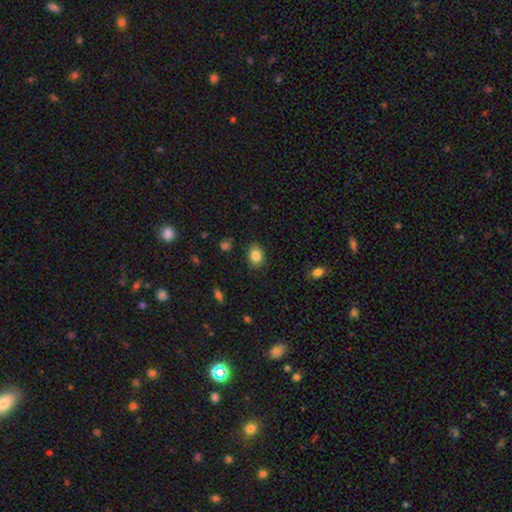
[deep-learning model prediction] smooth_or_featured: smooth (p=0.84) [alt: star or artifact p=0.09]
how_rounded: in between (p=0.64) [alt: round p=0.35]
merging: none (p=0.84) [alt: minor disturbance p=0.11]